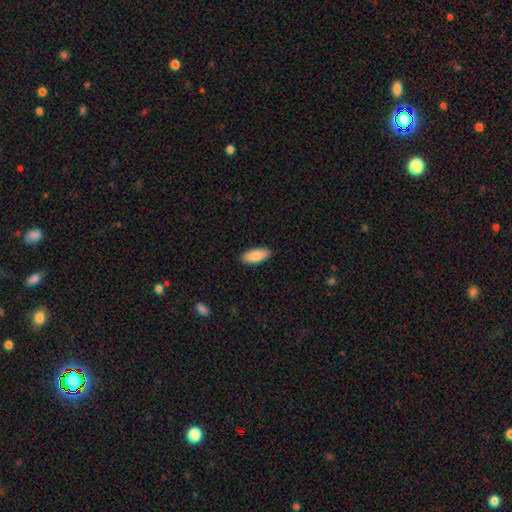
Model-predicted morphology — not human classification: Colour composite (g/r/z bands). It shows a smooth galaxy with no disk features (87%) that is in between round and cigar-shaped (86%). Merging: none (89%).